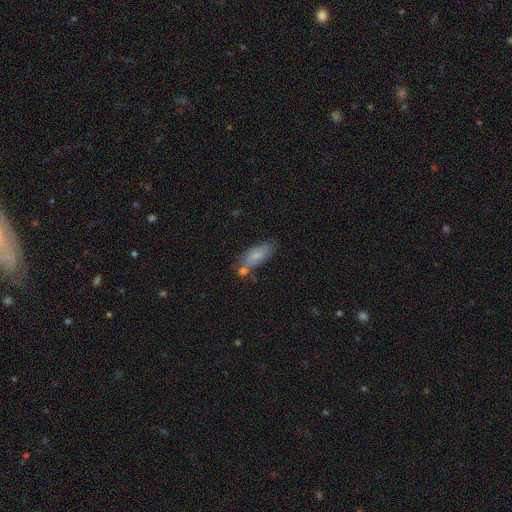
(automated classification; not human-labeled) Smooth or featured?
  - smooth: 73% *
  - featured or disk: 20%
  - star or artifact: 7%
How rounded?
  - in between: 76% *
  - cigar-shaped: 21%
  - round: 3%
Merging?
  - none: 53% *
  - merger: 22%
  - minor disturbance: 19%
  - major disturbance: 6%